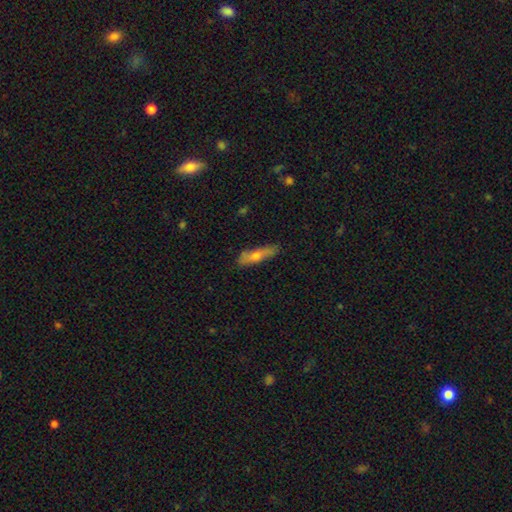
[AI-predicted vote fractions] This is possibly a smooth galaxy (60%). How rounded: likely cigar-shaped (73%). Merging: likely none (77%).